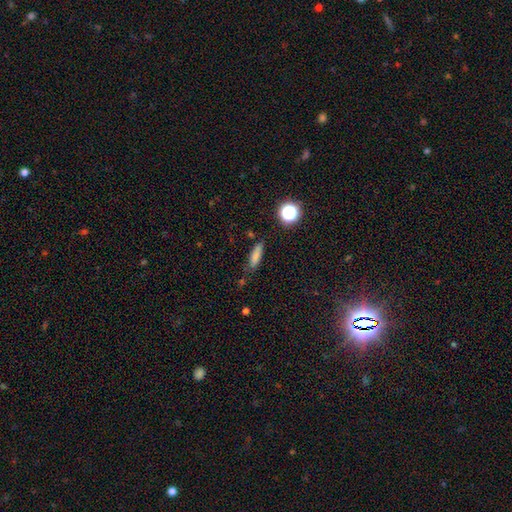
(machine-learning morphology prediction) Smooth or featured: smooth — 78% (star or artifact — 12%)
How rounded: cigar-shaped — 63% (in between — 32%)
Merging: none — 75% (minor disturbance — 18%)